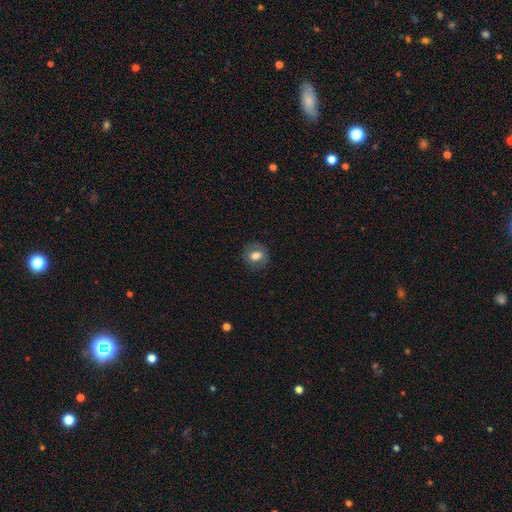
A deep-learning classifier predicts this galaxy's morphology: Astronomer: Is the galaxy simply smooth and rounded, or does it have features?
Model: smooth — 71%.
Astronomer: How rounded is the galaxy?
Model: round — 68%.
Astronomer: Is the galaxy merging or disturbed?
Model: none — 83%.